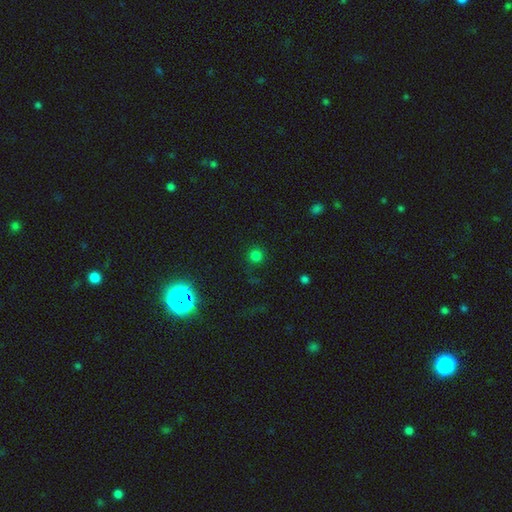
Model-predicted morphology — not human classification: Smooth or featured? smooth (74%)
How rounded? round (94%)
Merging? none (86%)